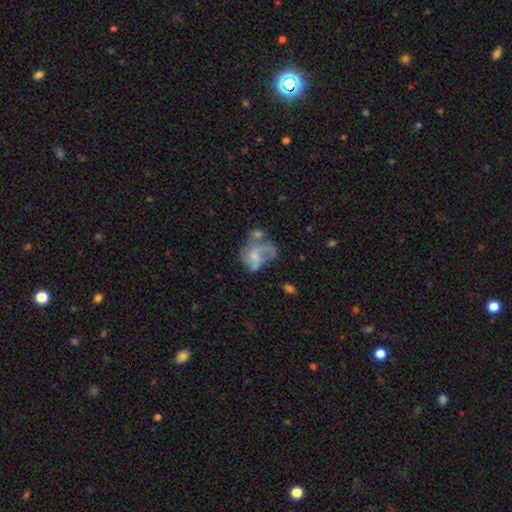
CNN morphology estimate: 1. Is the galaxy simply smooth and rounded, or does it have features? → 49% featured or disk, 39% smooth, 12% star or artifact.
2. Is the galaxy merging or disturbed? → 36% major disturbance, 28% merger, 20% none, 17% minor disturbance.